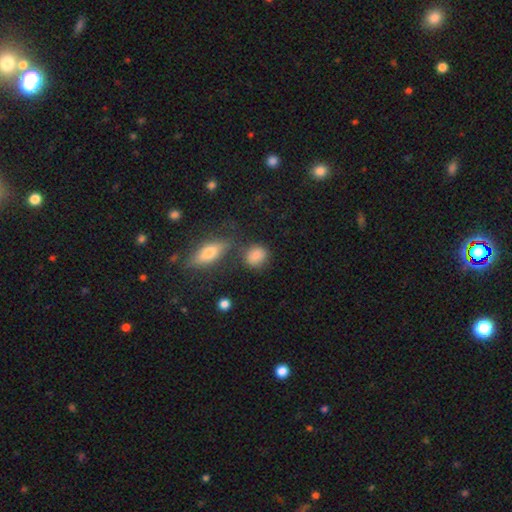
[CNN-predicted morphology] This is clearly a smooth galaxy (84%). How rounded: possibly round (51%). Merging: likely none (66%).